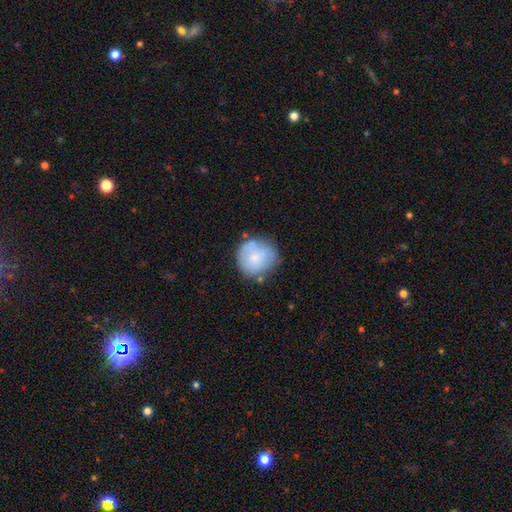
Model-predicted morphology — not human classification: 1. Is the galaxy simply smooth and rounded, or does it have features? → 69% smooth, 24% featured or disk, 7% star or artifact.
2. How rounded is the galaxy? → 88% round, 11% in between, 1% cigar-shaped.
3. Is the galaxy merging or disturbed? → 60% none, 25% minor disturbance, 8% major disturbance, 7% merger.